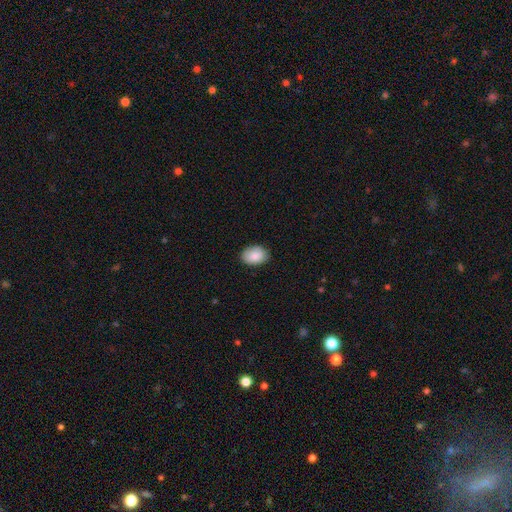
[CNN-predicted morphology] type=smooth (86%); roundness=in between (78%); merging=none (86%).